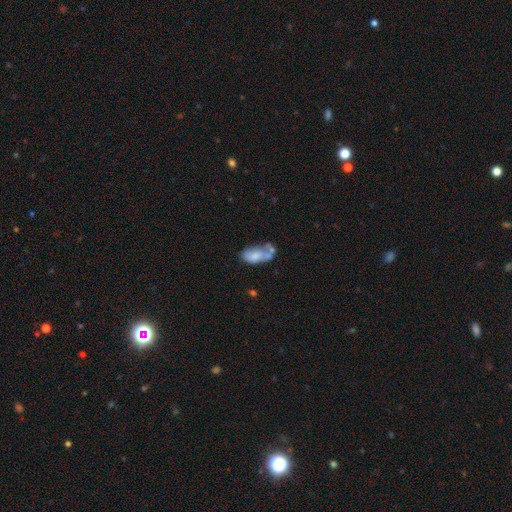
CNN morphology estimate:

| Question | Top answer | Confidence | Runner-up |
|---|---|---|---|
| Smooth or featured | smooth | 60% | featured or disk (32%) |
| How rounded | in between | 91% | cigar-shaped (5%) |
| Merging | merger | 33% | none (26%) |